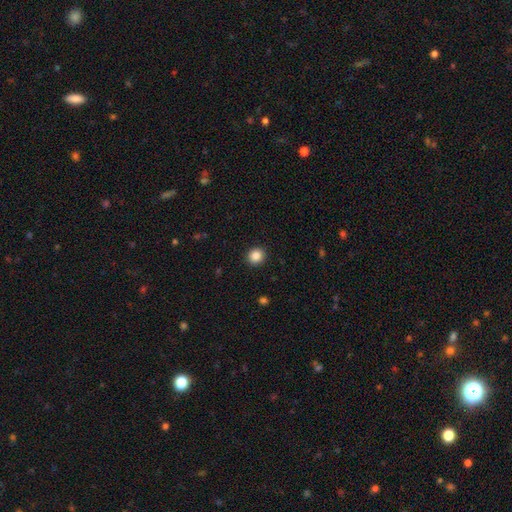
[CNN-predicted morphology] smooth 86%, star or artifact 10%, featured or disk 3%. Down the decision tree: how rounded — round (86%); merging — none (92%).